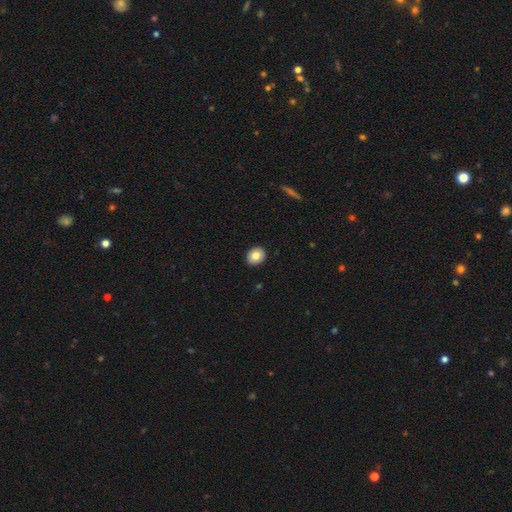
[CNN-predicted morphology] Overall: smooth (79%). How rounded: round (67%; in between 32%). Merging: none (92%).